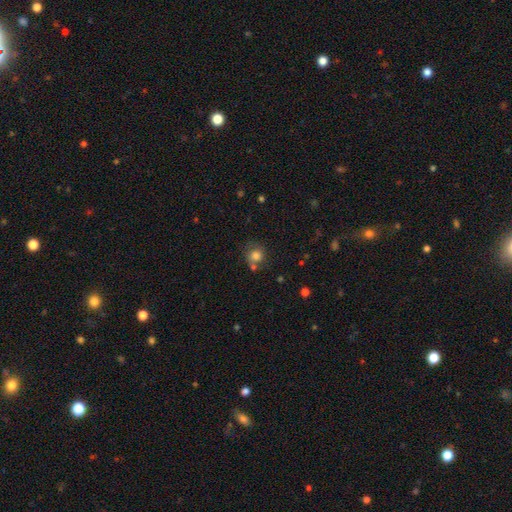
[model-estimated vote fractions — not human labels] Smooth or featured?
  - smooth: 78% *
  - star or artifact: 12%
  - featured or disk: 10%
How rounded?
  - round: 83% *
  - in between: 16%
  - cigar-shaped: 1%
Merging?
  - none: 59% *
  - minor disturbance: 17%
  - merger: 17%
  - major disturbance: 7%